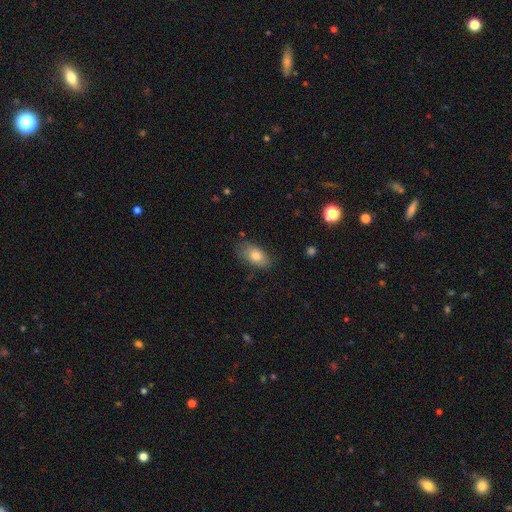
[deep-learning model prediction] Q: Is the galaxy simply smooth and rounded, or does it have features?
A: smooth — 79%.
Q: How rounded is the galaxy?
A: in between — 91%.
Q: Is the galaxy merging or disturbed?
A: none — 75%.